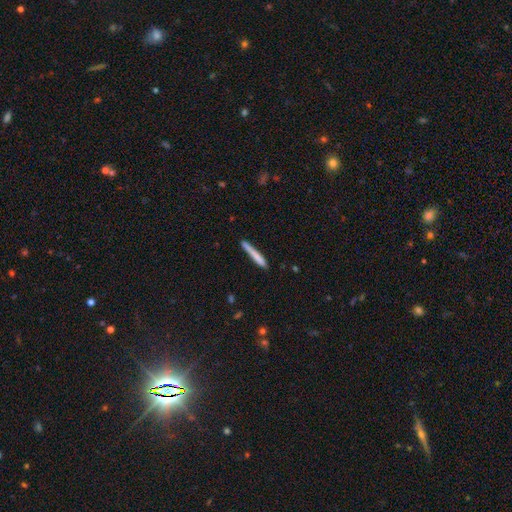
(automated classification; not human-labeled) The model was most divided on "smooth or featured": smooth: 72%, featured or disk: 22%, star or artifact: 6%. More confident: how rounded — cigar-shaped (96%); merging — none (77%).